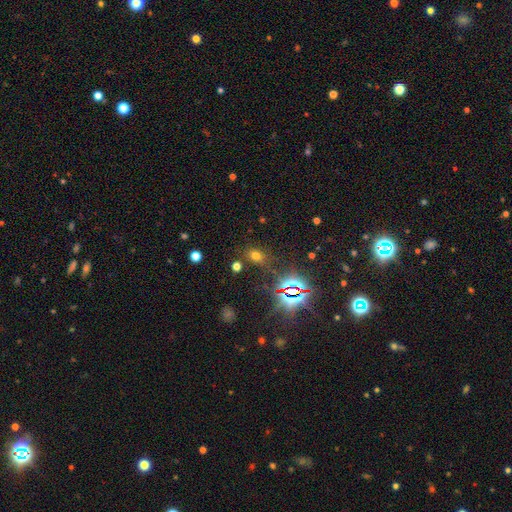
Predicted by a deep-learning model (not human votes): A smooth galaxy with no disk features (55%) that is in between round and cigar-shaped (63%). Merging: none (75%).